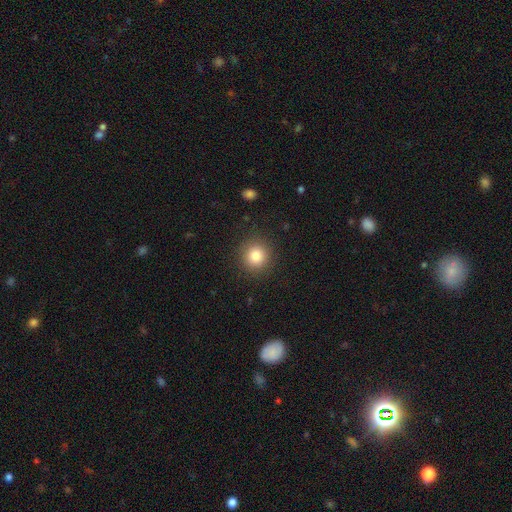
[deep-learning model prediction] This appears to be a smooth galaxy with no disk features (82%) that is round (92%). Merging: none (90%).